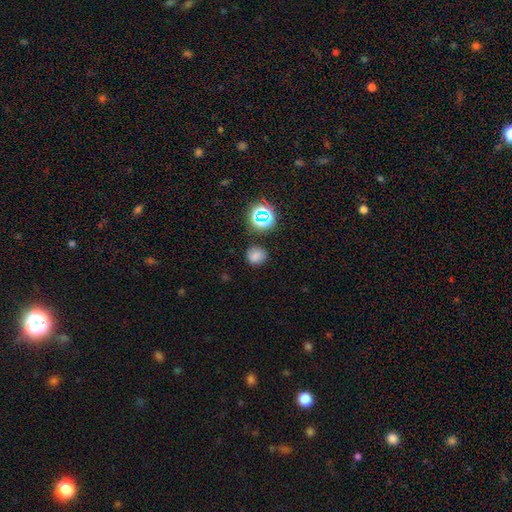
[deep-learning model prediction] The model was most divided on "smooth or featured": smooth: 75%, star or artifact: 19%, featured or disk: 6%. More confident: how rounded — round (82%); merging — none (81%).